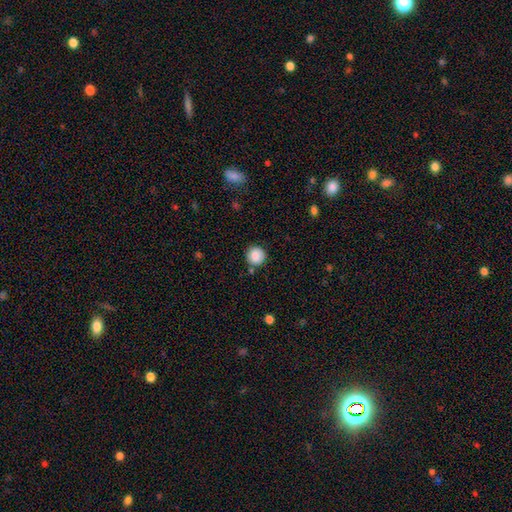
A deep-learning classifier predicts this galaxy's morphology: type=smooth (87%); roundness=round (93%); merging=none (86%).